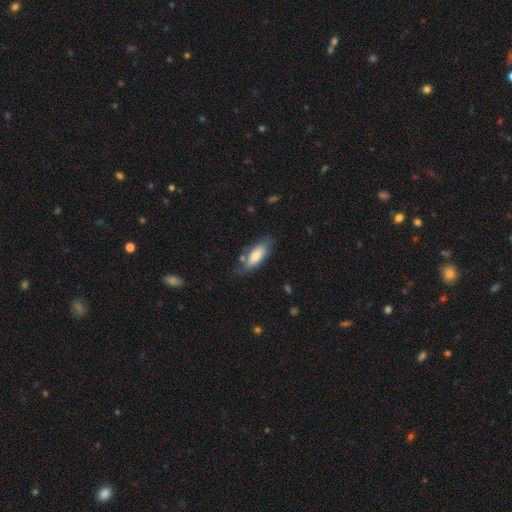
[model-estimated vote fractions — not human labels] Morphology: type=smooth (75%); roundness=in between (74%); merging=none (67%).